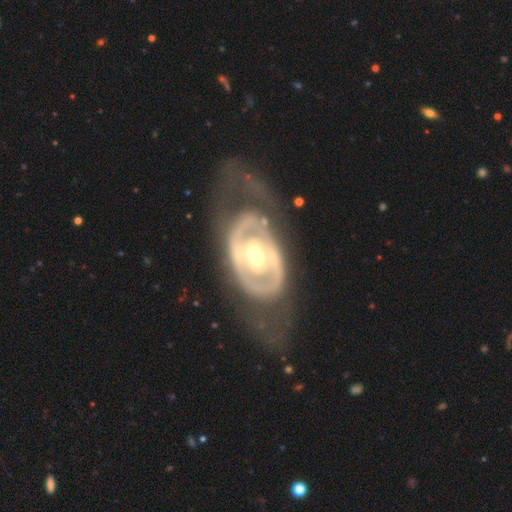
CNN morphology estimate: This appears to be a featured or disk galaxy (81%) with no bar (50%), no spiral arms (52%) and a moderate central bulge (67%). Merging: none (49%).